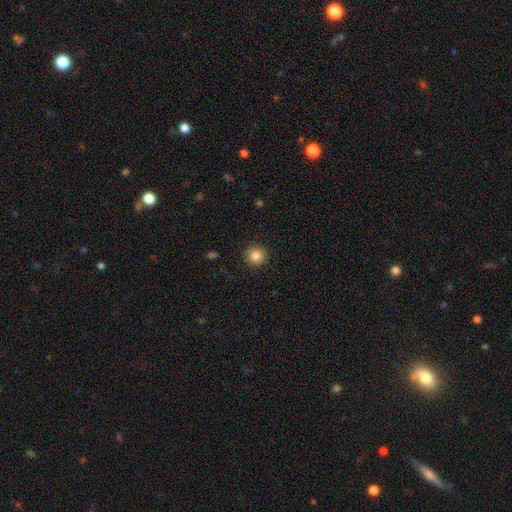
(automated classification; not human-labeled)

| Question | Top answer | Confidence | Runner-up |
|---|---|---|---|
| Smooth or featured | smooth | 84% | star or artifact (10%) |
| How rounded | round | 92% | in between (7%) |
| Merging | none | 91% | minor disturbance (6%) |